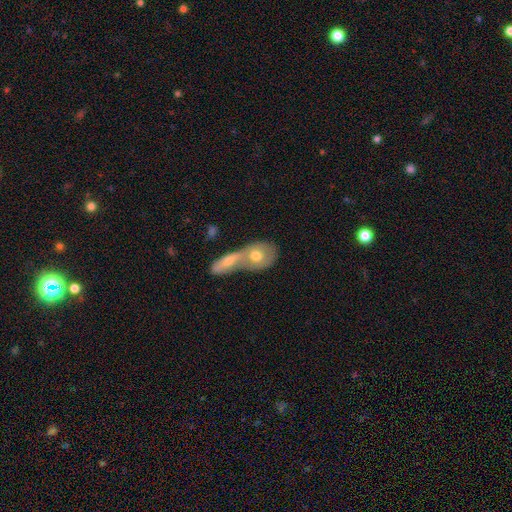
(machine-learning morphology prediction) smooth-or-featured: featured or disk: 50% | smooth: 39% | star or artifact: 11%
  merging: merger: 60% | none: 26% | minor disturbance: 8% | major disturbance: 6%